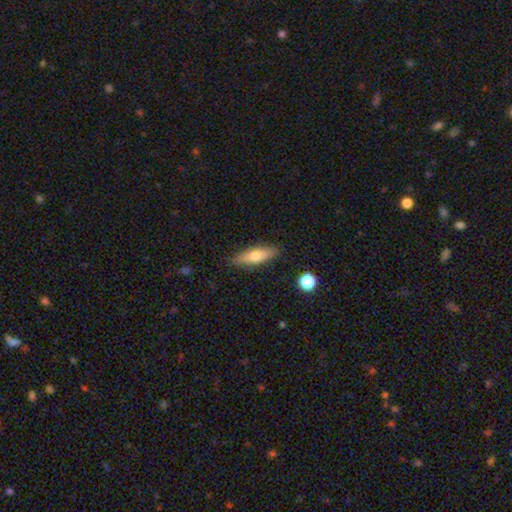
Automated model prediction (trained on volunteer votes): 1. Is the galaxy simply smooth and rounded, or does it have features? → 66% smooth, 27% featured or disk, 7% star or artifact.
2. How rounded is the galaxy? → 50% cigar-shaped, 47% in between, 3% round.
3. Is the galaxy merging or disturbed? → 85% none, 11% minor disturbance, 2% major disturbance, 2% merger.